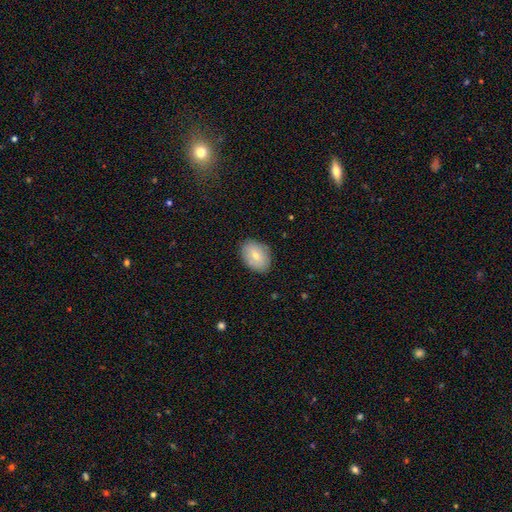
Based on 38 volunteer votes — Morphology: type=smooth (55%); roundness=in between (86%); merging=none (85%).